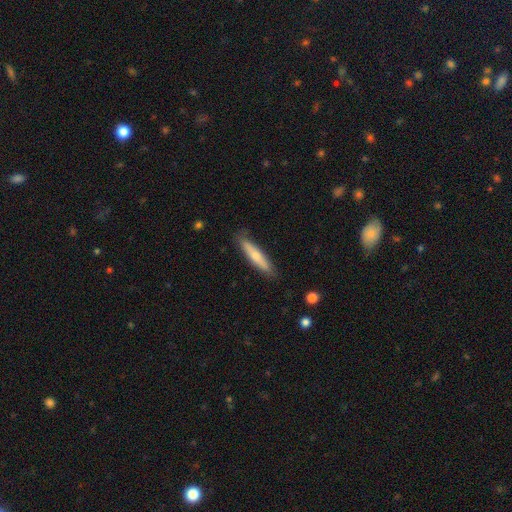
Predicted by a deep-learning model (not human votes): Smooth or featured? smooth (62%)
How rounded? cigar-shaped (86%)
Merging? none (84%)